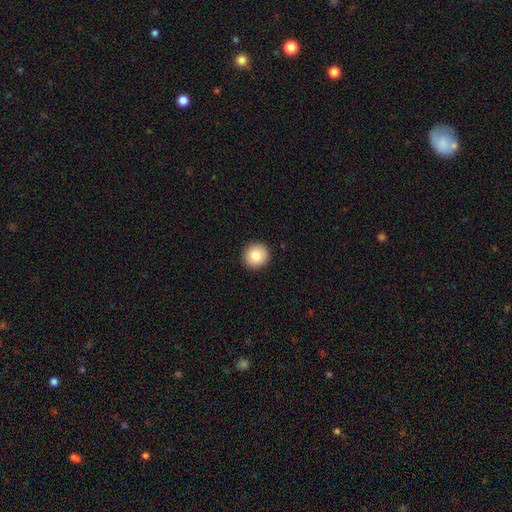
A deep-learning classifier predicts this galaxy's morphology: A smooth galaxy with no disk features (81%) that is round (95%). Merging: none (93%).